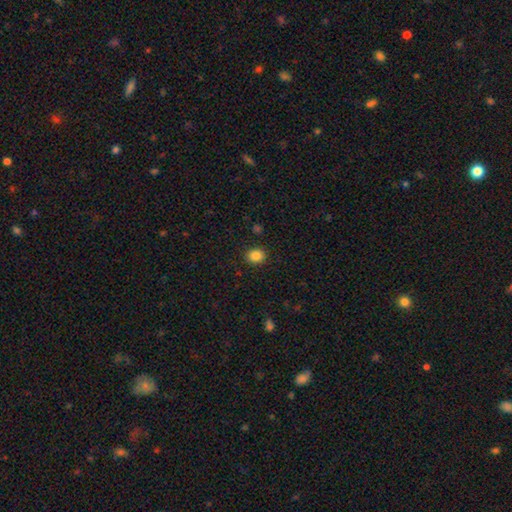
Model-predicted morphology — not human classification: Overall: smooth (84%). How rounded: round (64%; in between 36%). Merging: none (90%).